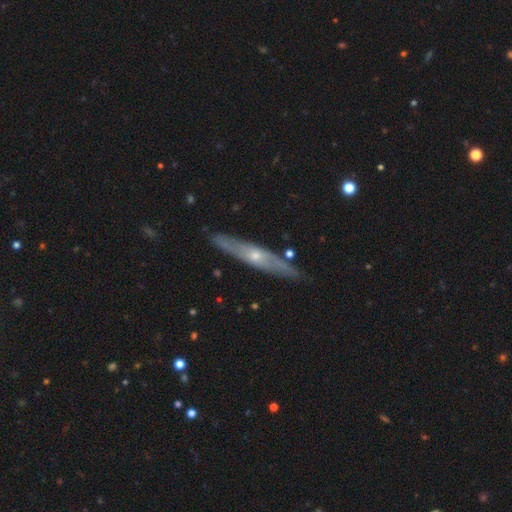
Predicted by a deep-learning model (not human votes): smooth-or-featured: featured or disk: 69% | smooth: 25% | star or artifact: 5%
  disk-edge-on: yes: 83% | no: 17%
    edge-on-bulge: rounded: 80% | none: 18% | boxy: 3%
  merging: none: 86% | minor disturbance: 10% | major disturbance: 2% | merger: 2%